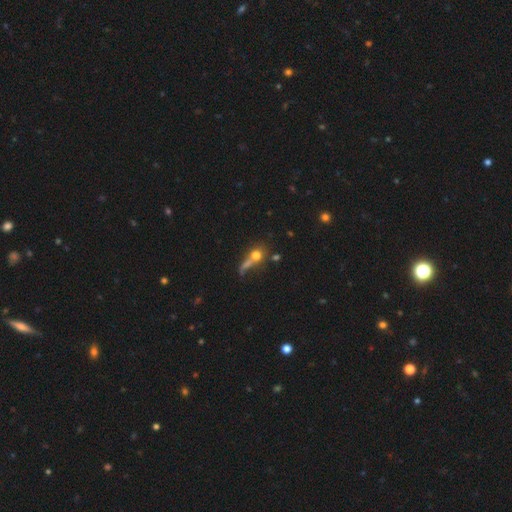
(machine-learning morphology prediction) This appears to be a smooth galaxy with no disk features (63%) that is round (63%). Merging: none (35%).